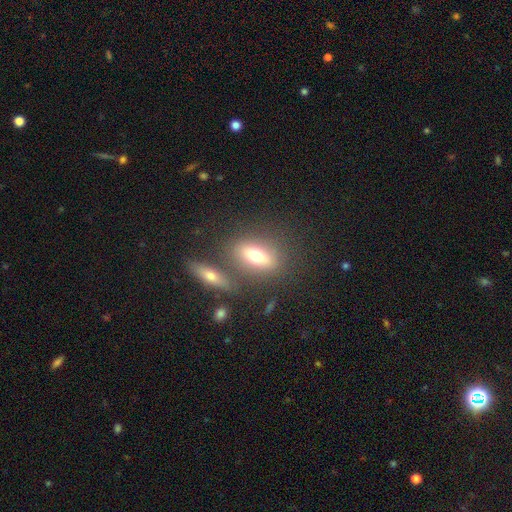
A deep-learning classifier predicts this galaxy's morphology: type=smooth (65%); roundness=in between (71%); merging=none (68%).